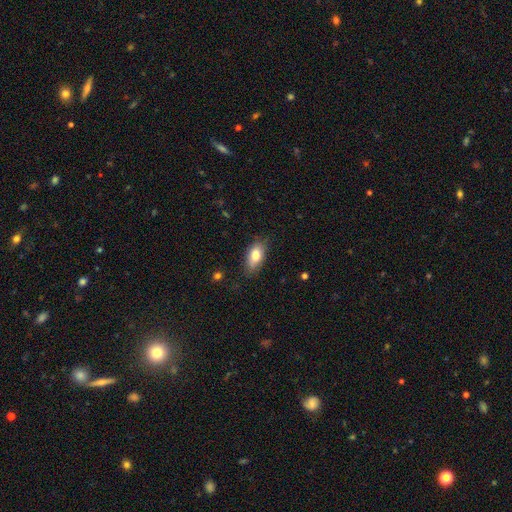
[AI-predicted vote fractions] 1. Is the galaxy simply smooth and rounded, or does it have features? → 78% smooth, 15% featured or disk, 7% star or artifact.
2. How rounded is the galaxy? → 88% in between, 8% cigar-shaped, 4% round.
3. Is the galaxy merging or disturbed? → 78% none, 17% minor disturbance, 3% major disturbance, 1% merger.